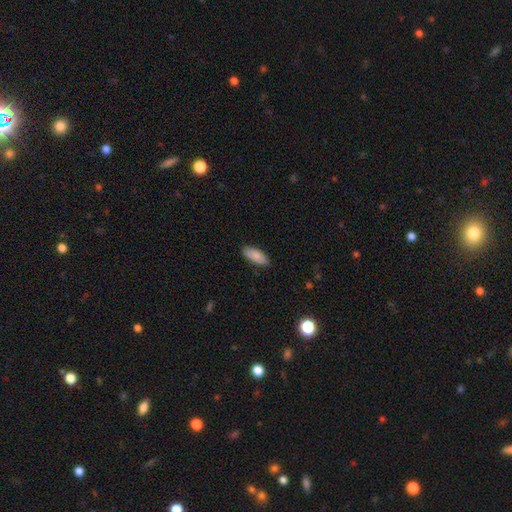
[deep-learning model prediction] Morphology: type=smooth (86%); roundness=in between (79%); merging=none (86%).